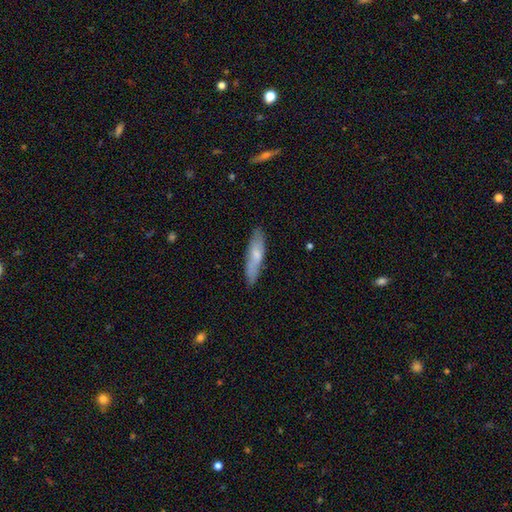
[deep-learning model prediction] Overall: smooth (63%; featured or disk 32%). How rounded: cigar-shaped (73%). Merging: none (79%).